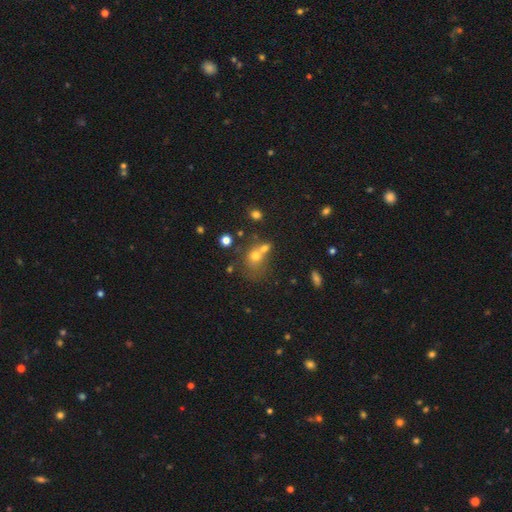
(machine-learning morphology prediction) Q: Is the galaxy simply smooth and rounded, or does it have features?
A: smooth — 65%.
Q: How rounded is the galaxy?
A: round — 65%.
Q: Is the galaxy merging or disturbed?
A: merger — 49%.